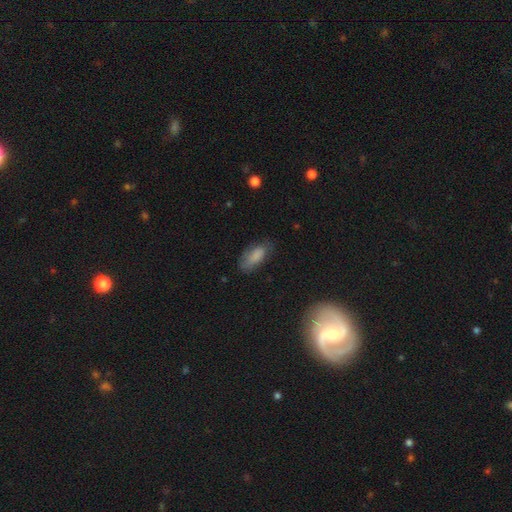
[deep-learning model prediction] Smooth or featured?
  - smooth: 81% *
  - featured or disk: 12%
  - star or artifact: 8%
How rounded?
  - in between: 88% *
  - cigar-shaped: 9%
  - round: 3%
Merging?
  - none: 64% *
  - minor disturbance: 26%
  - major disturbance: 8%
  - merger: 2%